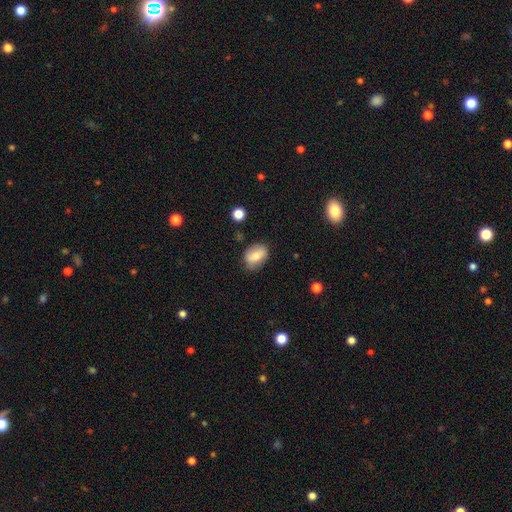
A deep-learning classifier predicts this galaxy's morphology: type=smooth (68%); roundness=in between (77%); merging=none (74%).